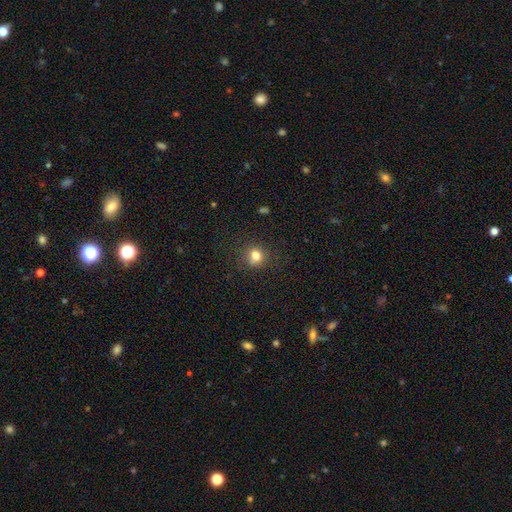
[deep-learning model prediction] Overall: smooth (78%). How rounded: round (81%). Merging: none (82%).